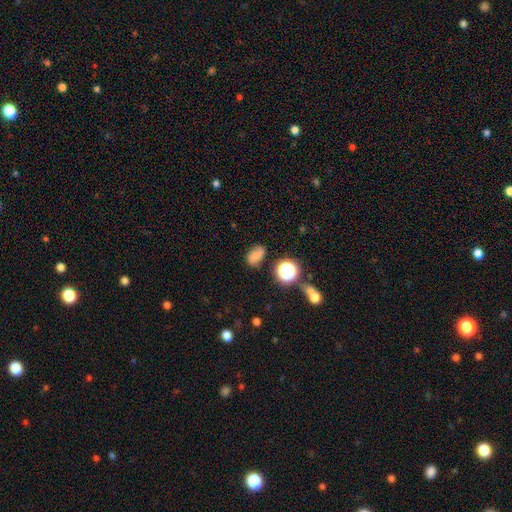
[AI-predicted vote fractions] This is possibly a smooth galaxy (57%). How rounded: likely in between (74%). Merging: likely none (69%).